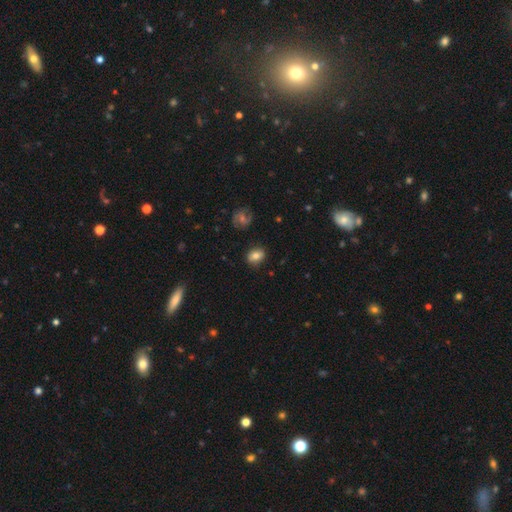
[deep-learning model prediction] A smooth galaxy with no disk features (76%) that is in between round and cigar-shaped (56%). Merging: none (83%).